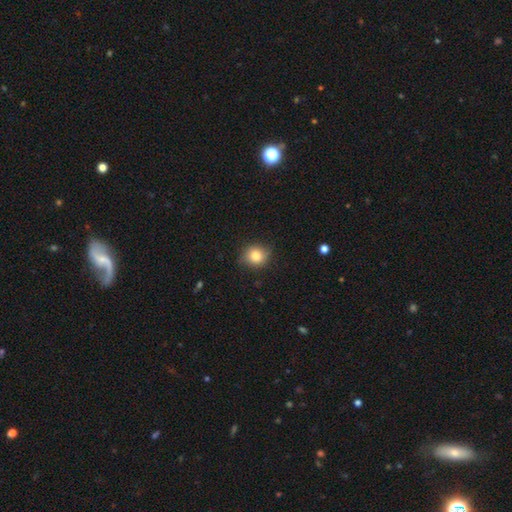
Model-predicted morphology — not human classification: Q: Smooth or featured?
A: smooth (79%); runner-up: featured or disk (10%)
Q: How rounded?
A: round (77%); runner-up: in between (22%)
Q: Merging?
A: none (79%); runner-up: minor disturbance (16%)